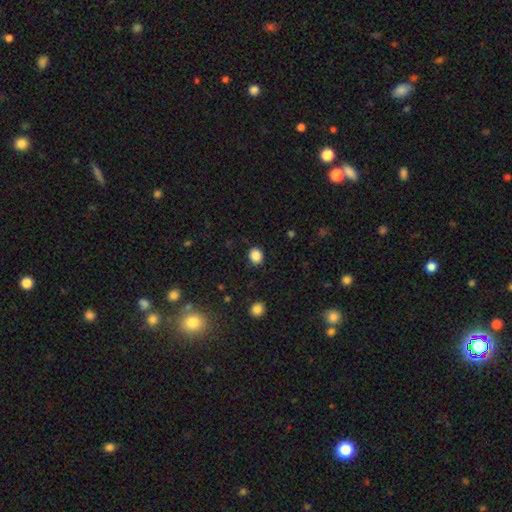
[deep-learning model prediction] Overall: smooth (87%). How rounded: round (70%). Merging: none (88%).